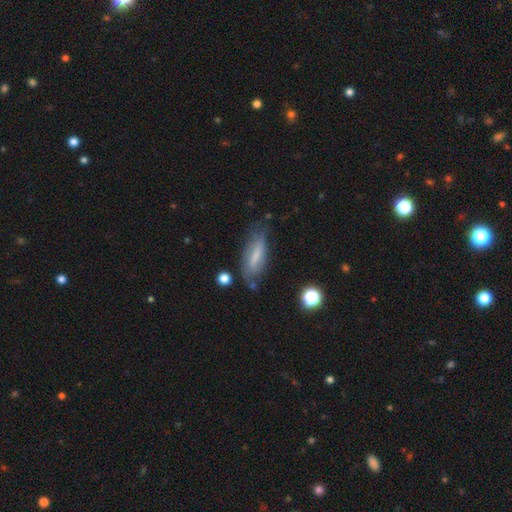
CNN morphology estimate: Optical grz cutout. It shows a smooth galaxy with no disk features (56%) that is in between round and cigar-shaped (51%). Merging: none (65%).